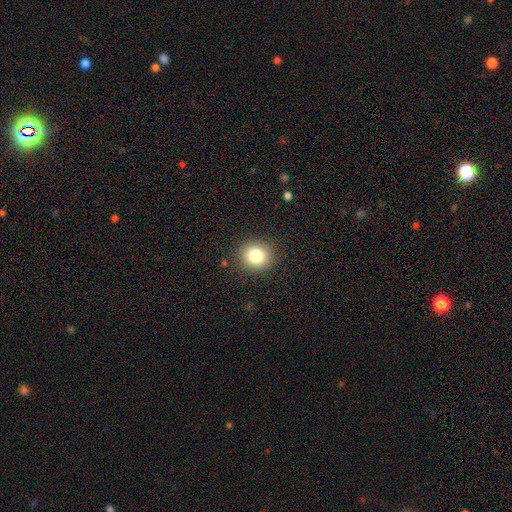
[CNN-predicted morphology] A smooth galaxy with no disk features (81%) that is round (82%). Merging: none (88%).